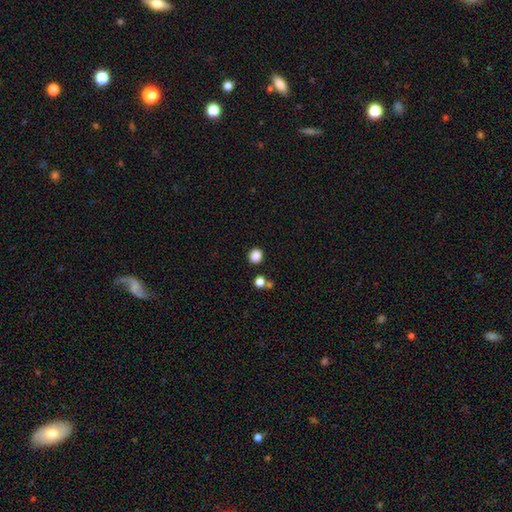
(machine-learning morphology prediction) A smooth galaxy with no disk features (86%) that is round (87%). Merging: none (87%).